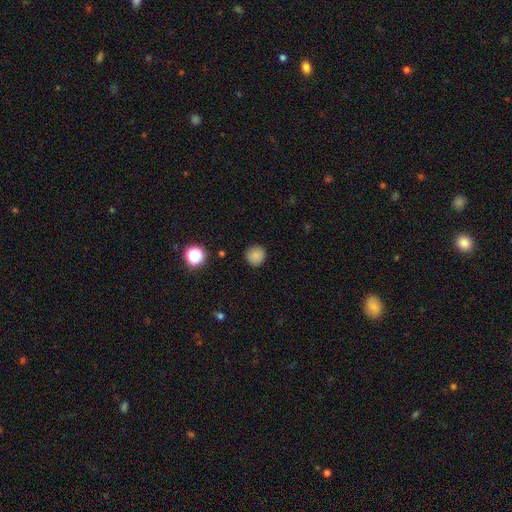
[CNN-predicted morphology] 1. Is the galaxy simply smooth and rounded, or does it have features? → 84% smooth, 12% star or artifact, 4% featured or disk.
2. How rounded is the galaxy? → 92% round, 7% in between, 1% cigar-shaped.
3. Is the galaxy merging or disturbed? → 88% none, 8% minor disturbance, 2% major disturbance, 1% merger.